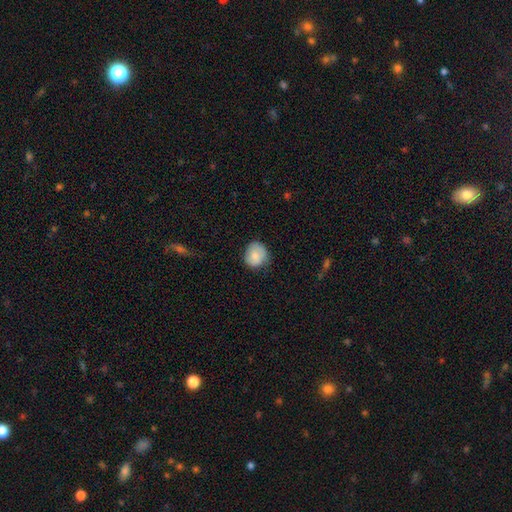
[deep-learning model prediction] This is clearly a smooth galaxy (80%). How rounded: likely round (76%). Merging: likely none (67%).